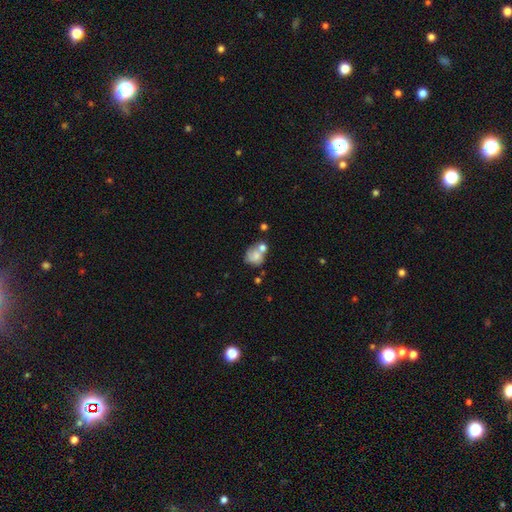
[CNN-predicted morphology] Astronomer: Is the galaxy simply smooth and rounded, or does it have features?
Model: smooth — 65%.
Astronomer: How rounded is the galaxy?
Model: round — 56% (runner-up: in between, 43%).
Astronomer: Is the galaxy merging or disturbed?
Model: merger — 43% (runner-up: none, 31%).